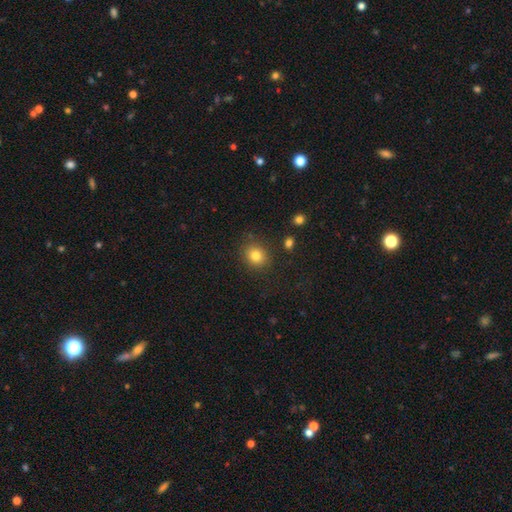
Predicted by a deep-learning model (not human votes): This is clearly a smooth galaxy (82%). How rounded: likely round (74%). Merging: clearly none (85%).